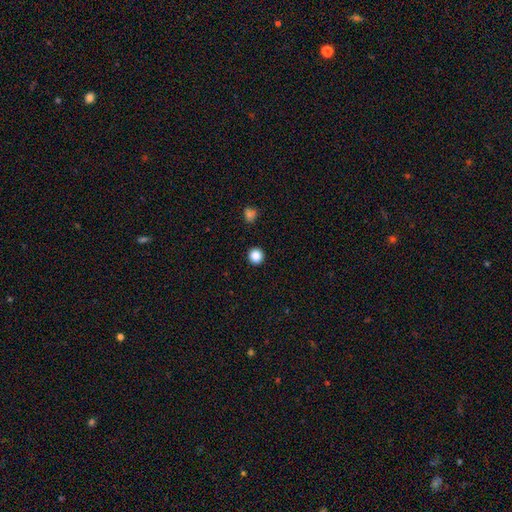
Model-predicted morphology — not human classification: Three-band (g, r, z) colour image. It shows a smooth galaxy with no disk features (87%) that is round (95%). Merging: none (93%).